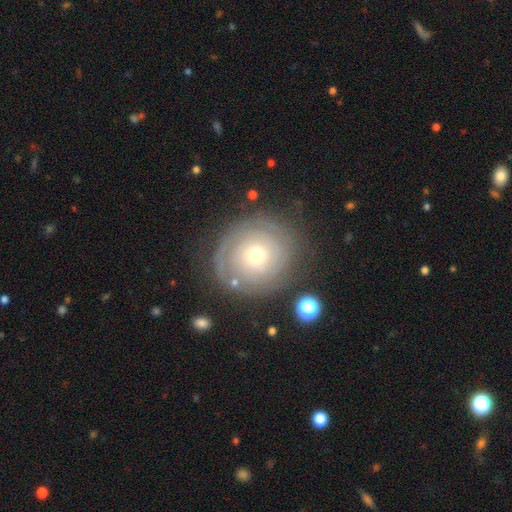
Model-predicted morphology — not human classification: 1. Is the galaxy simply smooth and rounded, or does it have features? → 64% featured or disk, 28% smooth, 8% star or artifact.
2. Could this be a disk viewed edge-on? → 97% no, 3% yes.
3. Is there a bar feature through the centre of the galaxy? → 89% no, 9% weak, 3% strong.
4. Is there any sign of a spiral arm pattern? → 69% yes, 31% no.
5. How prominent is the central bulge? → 48% moderate, 46% small, 4% large, 1% dominant, 1% none.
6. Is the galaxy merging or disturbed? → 76% none, 14% minor disturbance, 7% major disturbance, 3% merger.